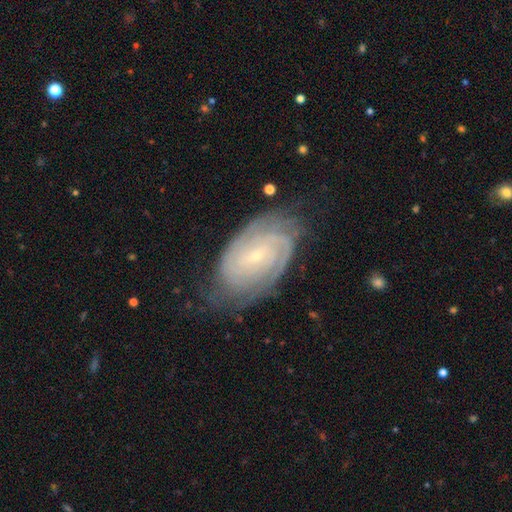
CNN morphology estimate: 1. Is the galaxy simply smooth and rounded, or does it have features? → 85% featured or disk, 9% smooth, 6% star or artifact.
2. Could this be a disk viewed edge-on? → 96% no, 4% yes.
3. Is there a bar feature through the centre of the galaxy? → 49% no, 40% weak, 12% strong.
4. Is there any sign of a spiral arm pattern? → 97% yes, 3% no.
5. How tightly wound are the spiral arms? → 77% tight, 20% medium, 4% loose.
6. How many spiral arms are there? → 29% can't tell, 27% 2, 17% 3, 15% 4, 7% more than 4, 5% 1.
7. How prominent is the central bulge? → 82% small, 14% moderate, 2% none, 1% large, 1% dominant.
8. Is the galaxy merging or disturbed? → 72% none, 21% minor disturbance, 6% major disturbance, 1% merger.